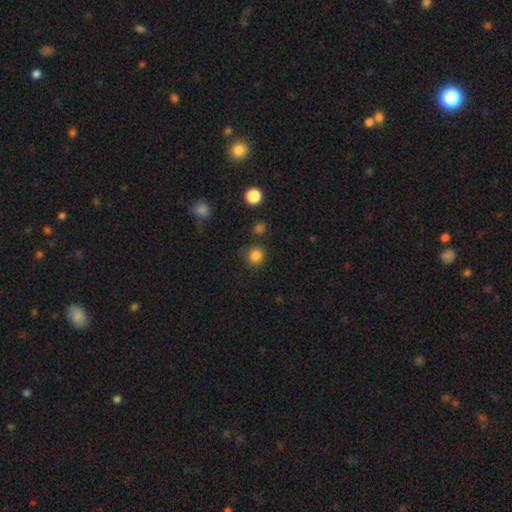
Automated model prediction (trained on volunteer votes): A smooth galaxy with no disk features (84%) that is round (91%). Merging: none (83%).